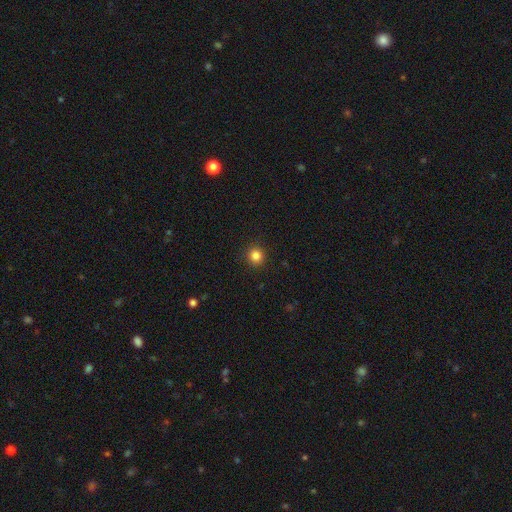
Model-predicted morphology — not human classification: Q: Smooth or featured?
A: smooth (84%); runner-up: star or artifact (12%)
Q: How rounded?
A: round (93%); runner-up: in between (6%)
Q: Merging?
A: none (92%); runner-up: minor disturbance (5%)